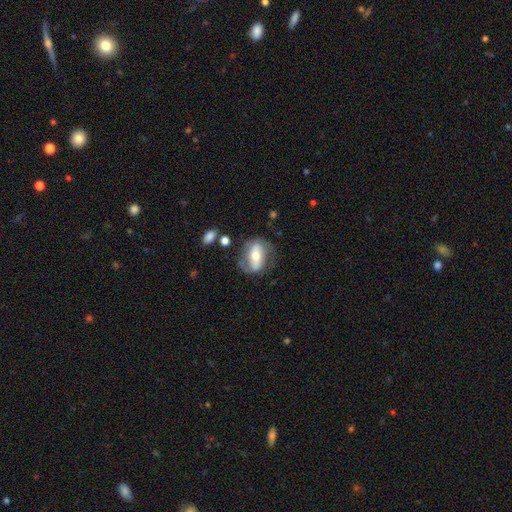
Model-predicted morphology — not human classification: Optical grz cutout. It shows a featured or disk galaxy (57%). Merging: none (65%).